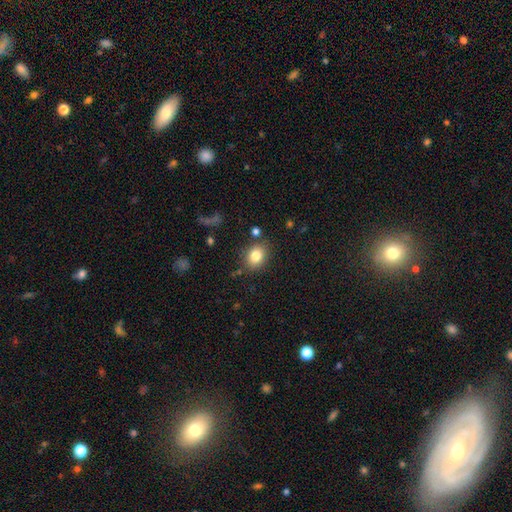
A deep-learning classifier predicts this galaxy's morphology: A smooth galaxy with no disk features (82%) that is in between round and cigar-shaped (54%). Merging: none (82%).